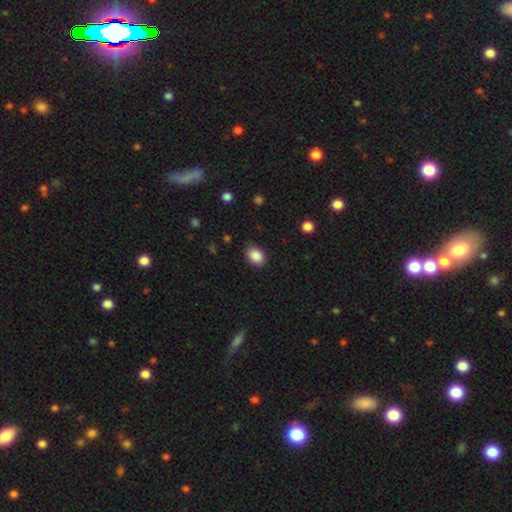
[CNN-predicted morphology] Smooth or featured: smooth — 88% (star or artifact — 8%)
How rounded: in between — 70% (round — 29%)
Merging: none — 84% (minor disturbance — 13%)